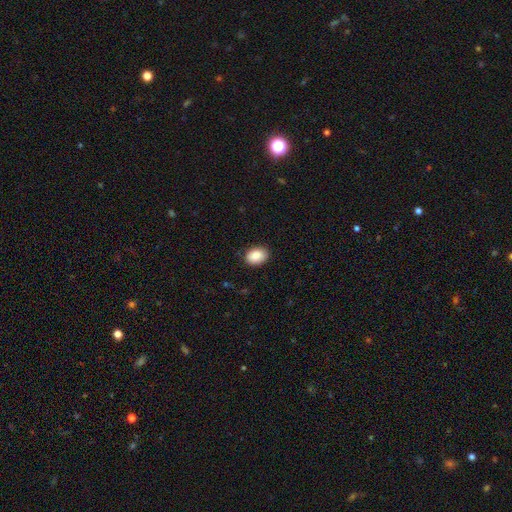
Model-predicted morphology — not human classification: Smooth or featured? smooth (88%)
How rounded? in between (73%)
Merging? none (86%)